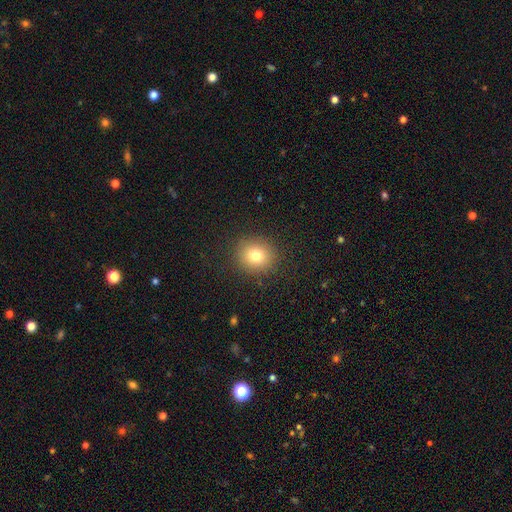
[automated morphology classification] Smooth or featured? smooth (77%)
How rounded? round (81%)
Merging? none (89%)